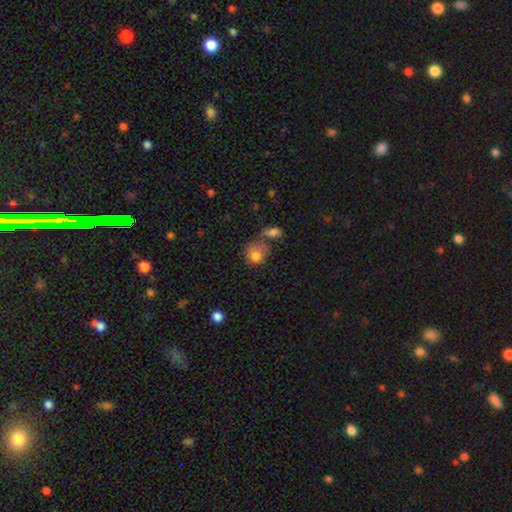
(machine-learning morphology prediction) Smooth or featured: smooth — 79% (featured or disk — 12%)
How rounded: round — 67% (in between — 32%)
Merging: merger — 30% (tied with none — 30%)